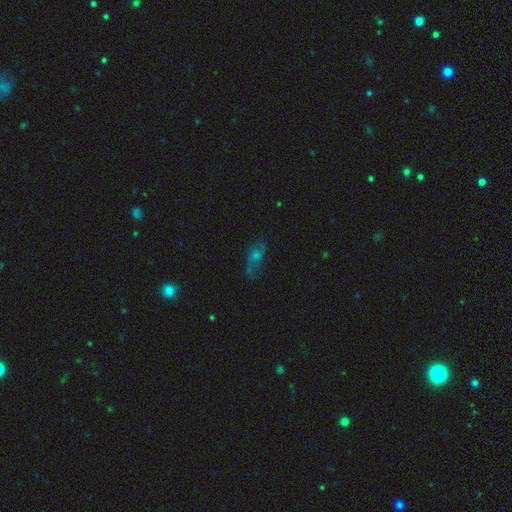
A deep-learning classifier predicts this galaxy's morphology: This is marginally a featured or disk galaxy (38%). Merging: likely none (61%).